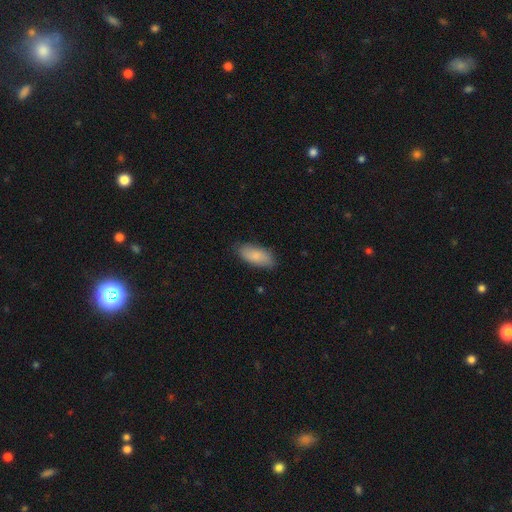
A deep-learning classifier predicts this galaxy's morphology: Q: Smooth or featured?
A: smooth (85%); runner-up: featured or disk (10%)
Q: How rounded?
A: in between (86%); runner-up: cigar-shaped (12%)
Q: Merging?
A: none (83%); runner-up: minor disturbance (14%)